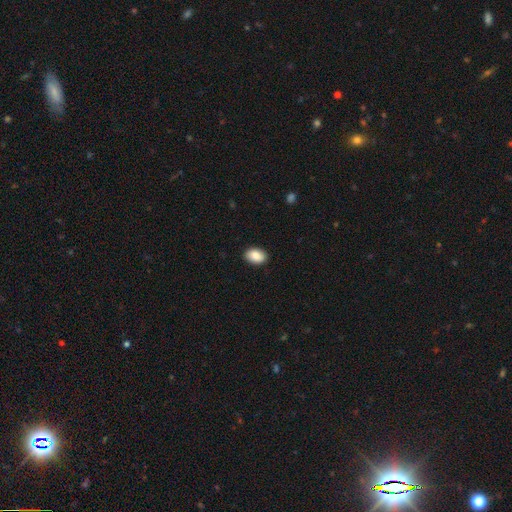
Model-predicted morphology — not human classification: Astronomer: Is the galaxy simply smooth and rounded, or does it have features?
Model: smooth — 87%.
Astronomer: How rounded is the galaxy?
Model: in between — 84%.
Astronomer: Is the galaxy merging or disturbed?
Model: none — 90%.